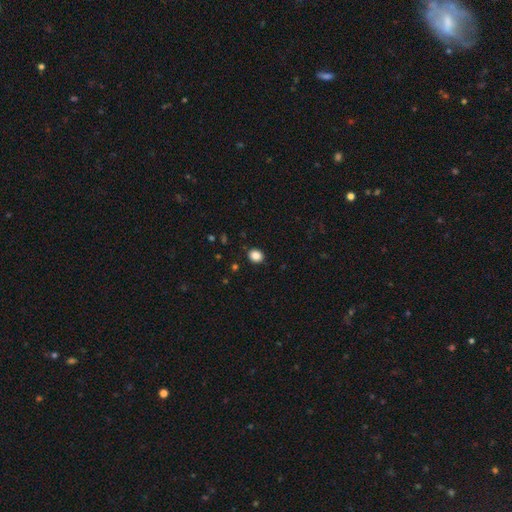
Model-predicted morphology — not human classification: Overall: smooth (87%). How rounded: round (64%; in between 35%). Merging: none (90%).